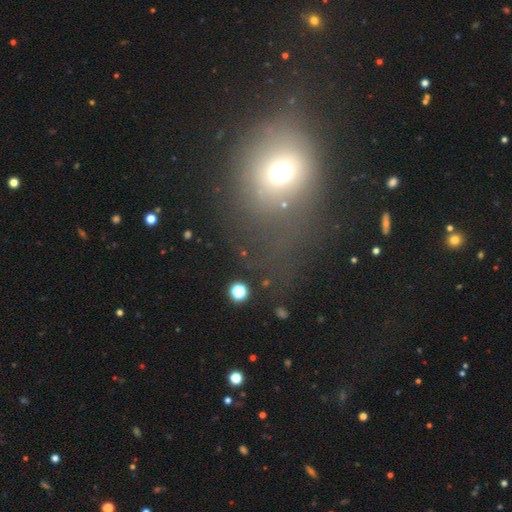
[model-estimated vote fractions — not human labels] Smooth or featured? Predicted: smooth (p=0.50). Merging? Predicted: none (p=0.59).